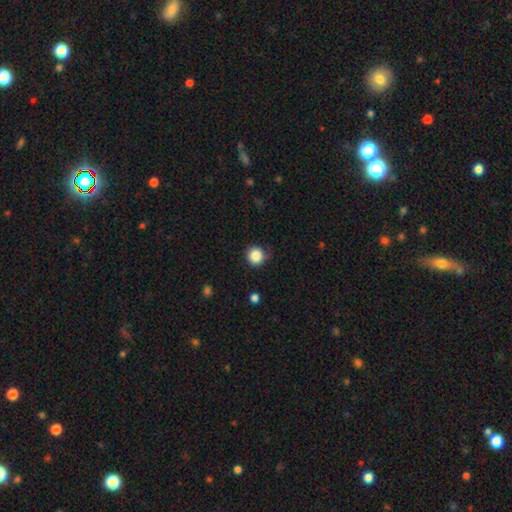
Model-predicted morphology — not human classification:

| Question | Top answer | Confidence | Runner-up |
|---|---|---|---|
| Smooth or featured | smooth | 85% | star or artifact (10%) |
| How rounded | round | 94% | in between (5%) |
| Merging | none | 75% | minor disturbance (18%) |